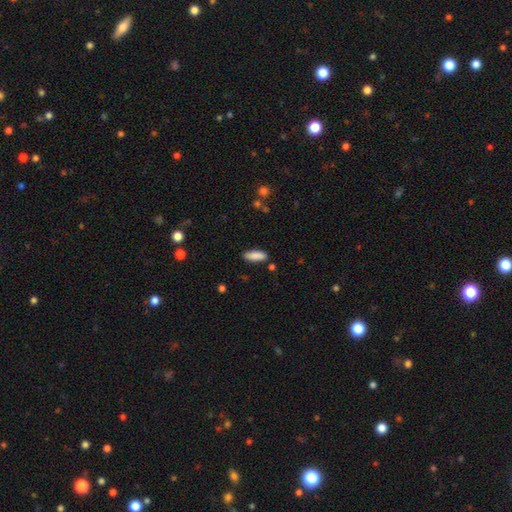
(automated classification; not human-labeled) A smooth galaxy with no disk features (88%) that is in between round and cigar-shaped (71%).

Vote fractions:
- Smooth or featured? smooth: 88% / star or artifact: 7% / featured or disk: 6%
- How rounded? in between: 71% / cigar-shaped: 28% / round: 2%
- Merging? none: 85% / minor disturbance: 11% / merger: 2% / major disturbance: 2%